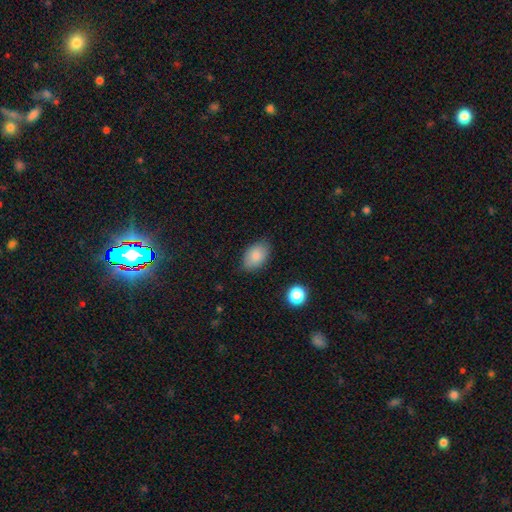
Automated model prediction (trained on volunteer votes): This appears to be a smooth galaxy with no disk features (85%) that is in between round and cigar-shaped (89%). Merging: none (80%).